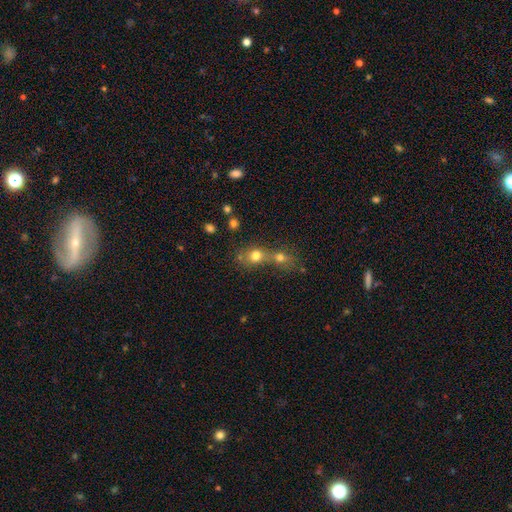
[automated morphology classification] Smooth or featured? smooth (74%)
How rounded? round (77%)
Merging? merger (57%)